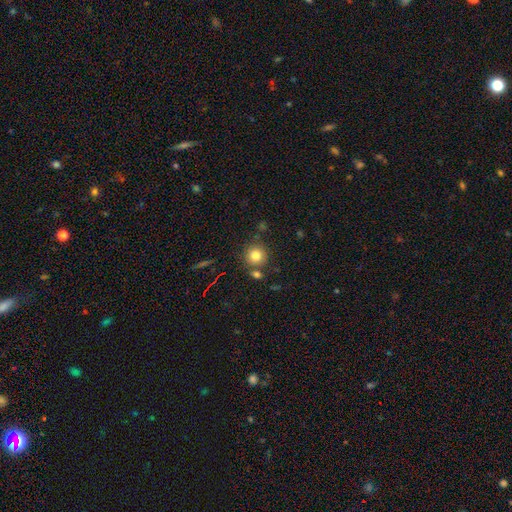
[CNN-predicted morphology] The model was most divided on "smooth or featured": smooth: 79%, star or artifact: 12%, featured or disk: 9%. More confident: how rounded — round (93%); merging — none (78%).